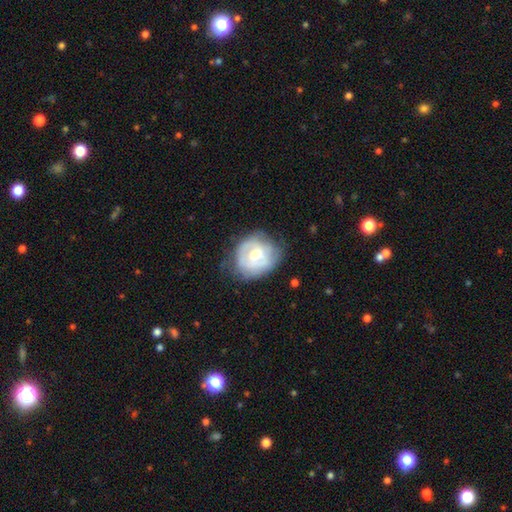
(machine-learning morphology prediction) Overall: featured or disk (56%; smooth 37%). Edge-on disk: no (97%). Bar: no (52%; weak 39%). Spiral arms: yes (56%; no 44%). Bulge size: moderate (59%; small 22%). Merging: none (57%; minor disturbance 28%).